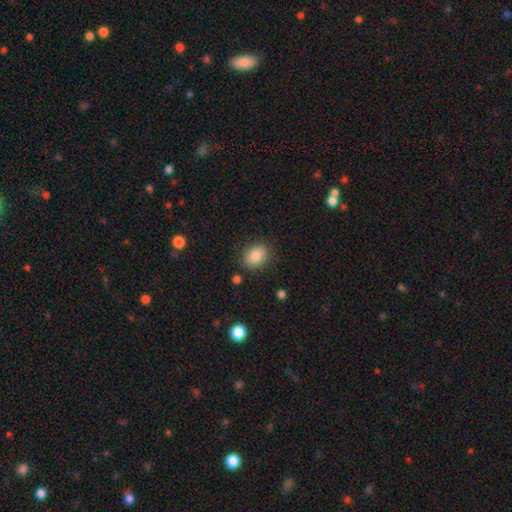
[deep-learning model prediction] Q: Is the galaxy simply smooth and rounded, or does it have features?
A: smooth — 84%.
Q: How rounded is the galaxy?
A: in between — 51%.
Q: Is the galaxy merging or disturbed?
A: none — 85%.